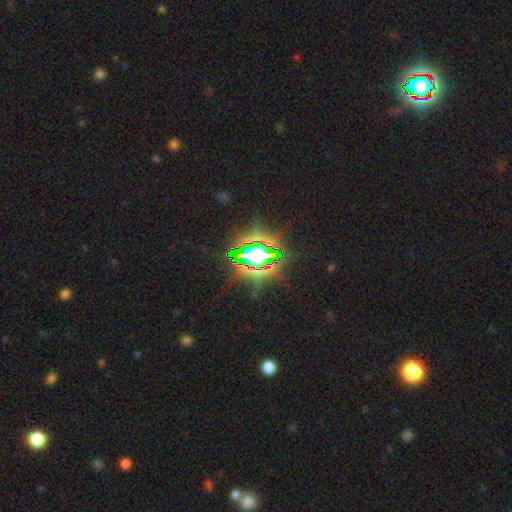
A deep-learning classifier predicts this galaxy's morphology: Smooth or featured? star or artifact (78%)